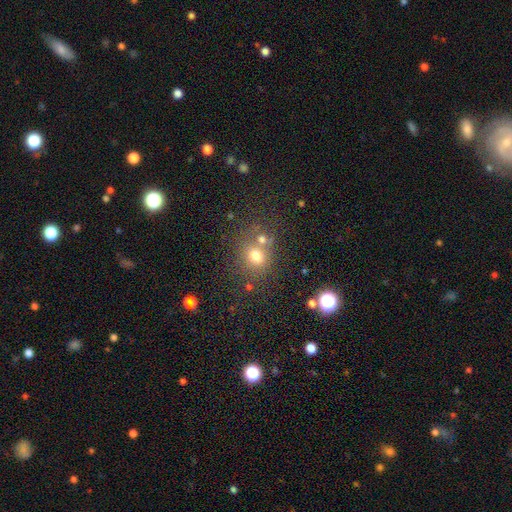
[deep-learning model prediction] A smooth galaxy with no disk features (70%) that is round (75%). Merging: none (58%).